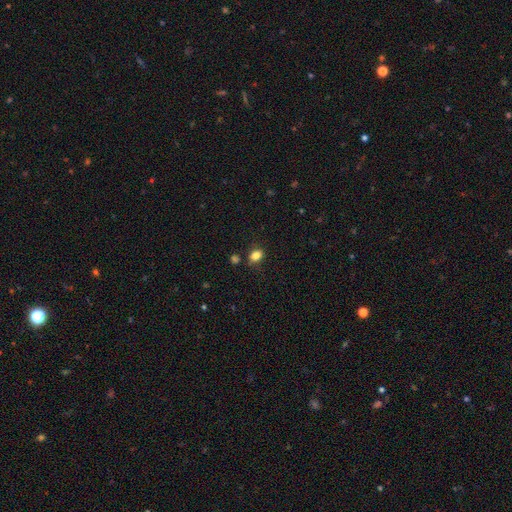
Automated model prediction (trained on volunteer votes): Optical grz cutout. It shows a smooth galaxy with no disk features (82%) that is in between round and cigar-shaped (69%). Merging: none (77%).